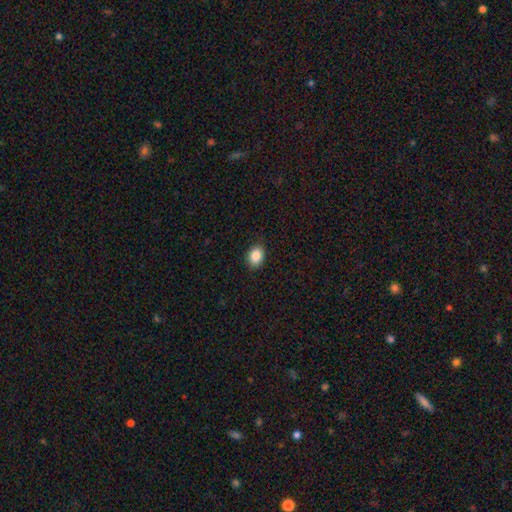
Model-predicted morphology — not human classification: A smooth galaxy with no disk features (87%) that is in between round and cigar-shaped (69%).

Vote fractions:
- Smooth or featured? smooth: 87% / star or artifact: 9% / featured or disk: 4%
- How rounded? in between: 69% / round: 30% / cigar-shaped: 1%
- Merging? none: 88% / minor disturbance: 9% / major disturbance: 2% / merger: 1%